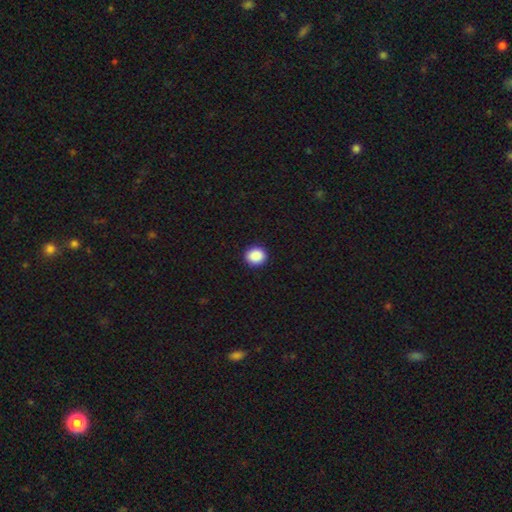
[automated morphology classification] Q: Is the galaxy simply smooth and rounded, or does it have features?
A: smooth — 89%.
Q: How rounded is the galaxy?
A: round — 80%.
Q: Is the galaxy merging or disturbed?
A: none — 92%.